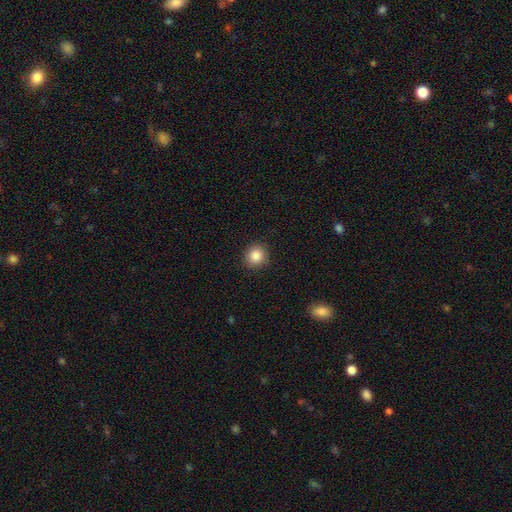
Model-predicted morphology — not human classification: smooth-or-featured: smooth: 86% | star or artifact: 9% | featured or disk: 4%
  how-rounded: round: 89% | in between: 10% | cigar-shaped: 1%
  merging: none: 90% | minor disturbance: 7% | major disturbance: 2% | merger: 1%